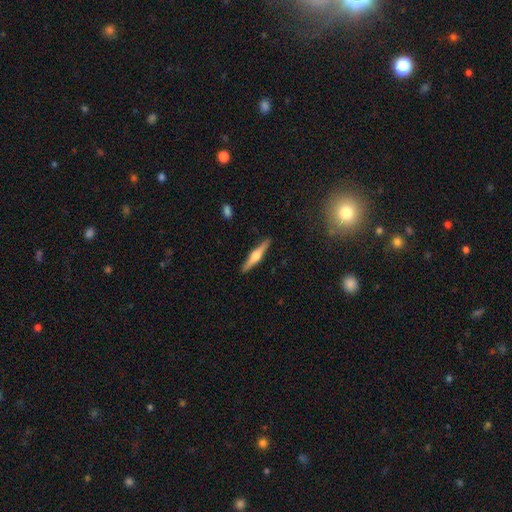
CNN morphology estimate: A featured or disk galaxy (68%) viewed edge-on (98%) with a rounded central bulge (91%).

Vote fractions:
- Smooth or featured? featured or disk: 68% / smooth: 27% / star or artifact: 5%
- Edge-on disk? yes: 98% / no: 2%
- Edge-on bulge? rounded: 91% / boxy: 6% / none: 3%
- Merging? none: 91% / minor disturbance: 7% / major disturbance: 1% / merger: 1%